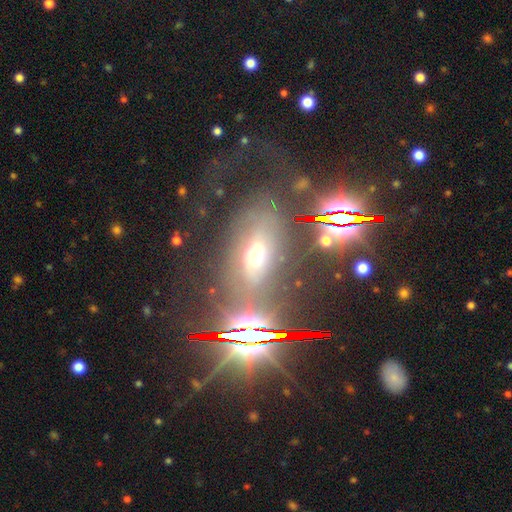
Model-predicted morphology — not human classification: A smooth galaxy with no disk features (43%). Merging: none (64%).